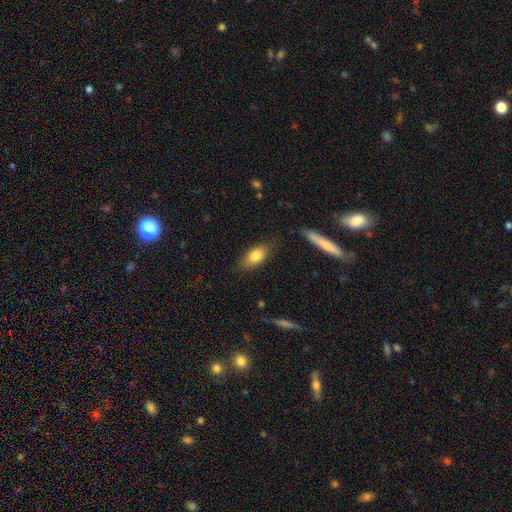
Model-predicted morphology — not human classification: Smooth or featured?
  - smooth: 80% *
  - featured or disk: 13%
  - star or artifact: 7%
How rounded?
  - in between: 85% *
  - cigar-shaped: 10%
  - round: 5%
Merging?
  - none: 79% *
  - minor disturbance: 15%
  - major disturbance: 4%
  - merger: 2%